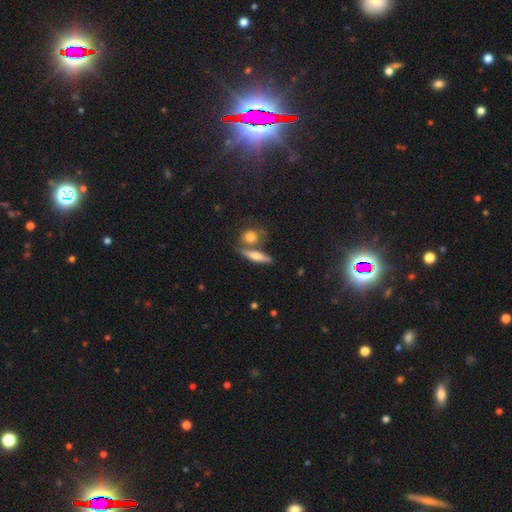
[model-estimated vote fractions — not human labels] Smooth or featured? Predicted: smooth (p=0.55). How rounded? Predicted: cigar-shaped (p=0.68). Merging? Predicted: none (p=0.66).